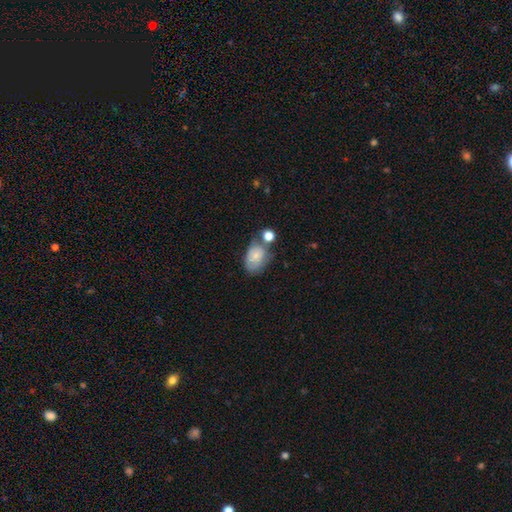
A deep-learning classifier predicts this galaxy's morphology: This appears to be a smooth galaxy with no disk features (70%) that is in between round and cigar-shaped (81%). Merging: none (40%).